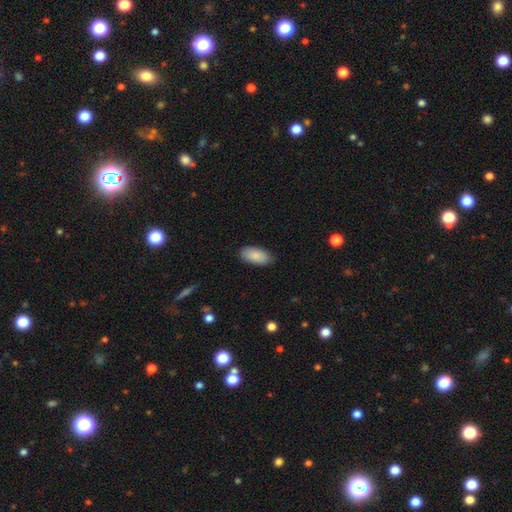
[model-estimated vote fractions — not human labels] Smooth or featured? smooth (88%)
How rounded? in between (93%)
Merging? none (86%)